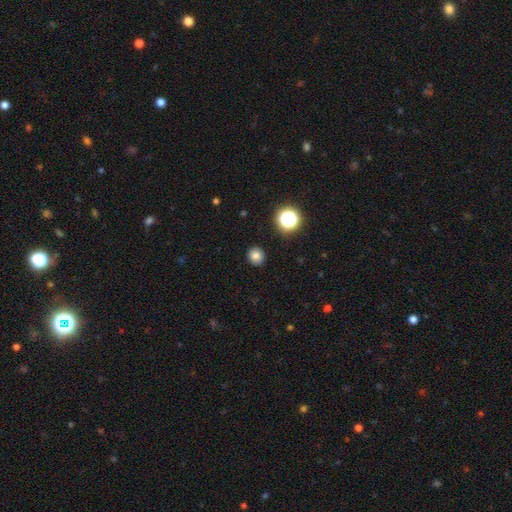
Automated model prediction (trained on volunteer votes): Smooth or featured? smooth (80%)
How rounded? round (84%)
Merging? none (91%)